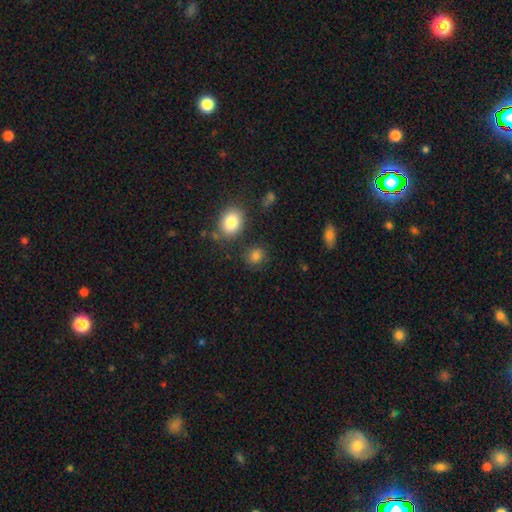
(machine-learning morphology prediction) Overall: smooth (82%). How rounded: round (70%). Merging: none (77%).